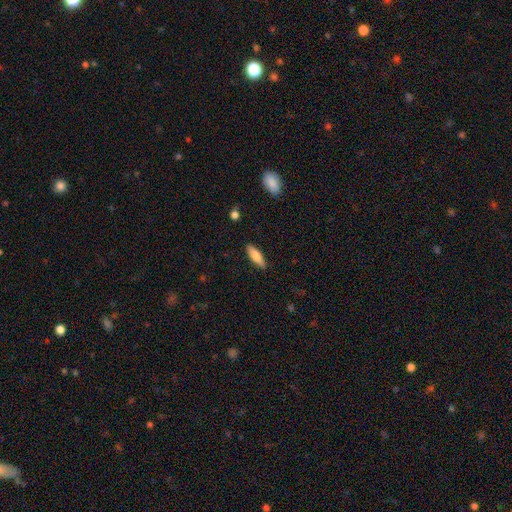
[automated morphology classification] Overall: smooth (70%). How rounded: cigar-shaped (53%; in between 45%). Merging: none (89%).